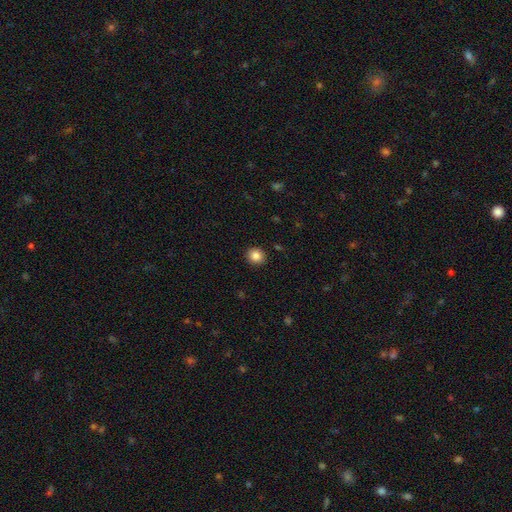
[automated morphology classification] A smooth galaxy with no disk features (85%) that is round (87%).

Vote fractions:
- Smooth or featured? smooth: 85% / star or artifact: 10% / featured or disk: 5%
- How rounded? round: 87% / in between: 12% / cigar-shaped: 1%
- Merging? none: 92% / minor disturbance: 5% / major disturbance: 2% / merger: 1%